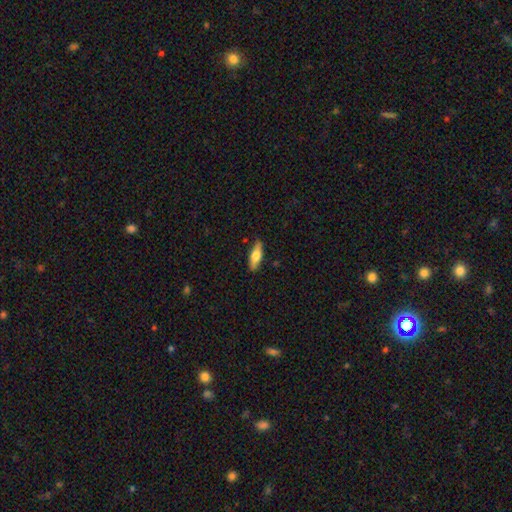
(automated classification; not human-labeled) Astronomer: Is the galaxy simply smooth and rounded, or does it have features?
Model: smooth — 65%.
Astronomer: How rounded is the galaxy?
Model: in between — 54% (runner-up: cigar-shaped, 44%).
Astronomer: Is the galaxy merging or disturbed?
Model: none — 84%.